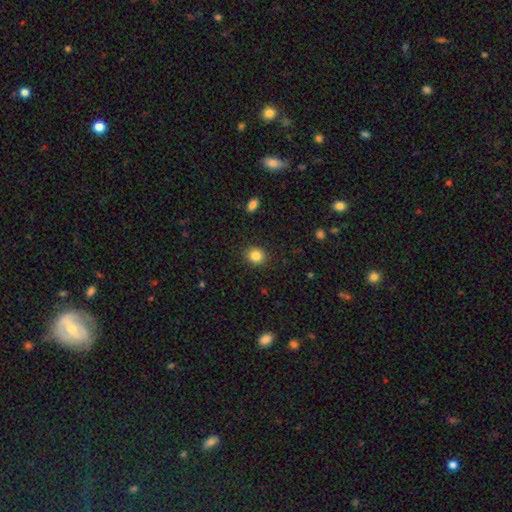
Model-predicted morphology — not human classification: type=smooth (84%); roundness=round (76%); merging=none (90%).